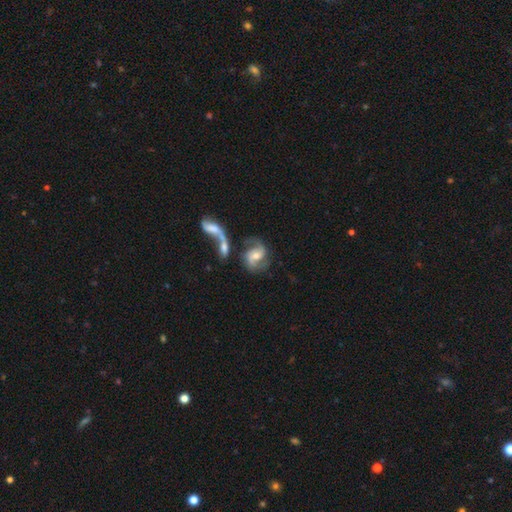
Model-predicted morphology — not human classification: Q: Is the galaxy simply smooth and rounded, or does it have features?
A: featured or disk — 83%.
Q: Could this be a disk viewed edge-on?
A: no — 97%.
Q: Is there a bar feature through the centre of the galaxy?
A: no — 47%.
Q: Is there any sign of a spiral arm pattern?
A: yes — 95%.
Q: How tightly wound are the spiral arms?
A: medium — 45%.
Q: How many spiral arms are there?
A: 2 — 87%.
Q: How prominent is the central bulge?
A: moderate — 62%.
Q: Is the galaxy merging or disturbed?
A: none — 47%.